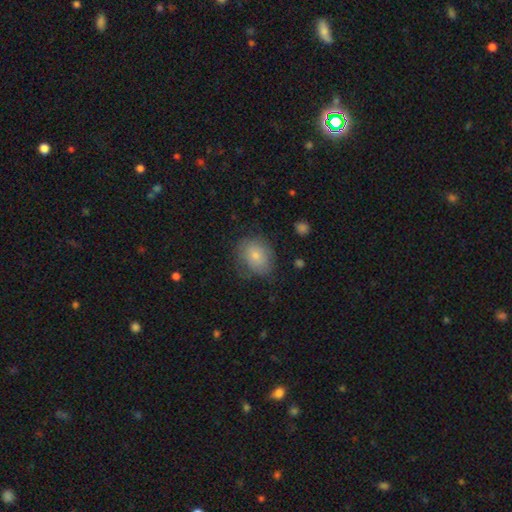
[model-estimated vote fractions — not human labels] A smooth galaxy with no disk features (75%) that is in between round and cigar-shaped (50%). Merging: none (66%).